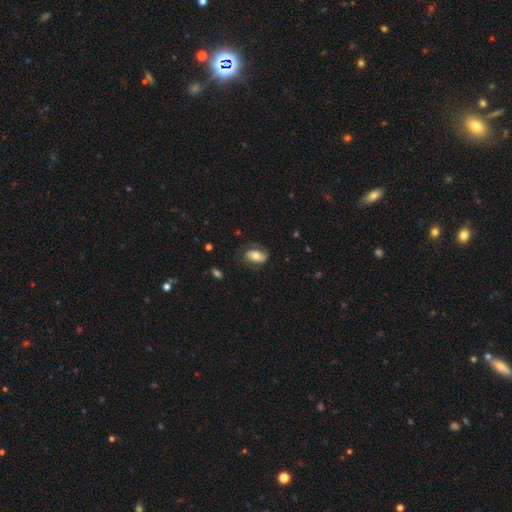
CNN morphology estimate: Smooth or featured: smooth — 47% (featured or disk — 46%)
Merging: none — 63% (minor disturbance — 23%)